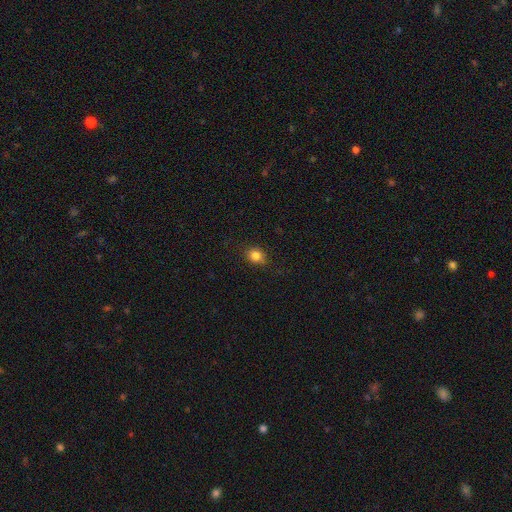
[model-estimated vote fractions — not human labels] Morphology: type=smooth (83%); roundness=round (70%); merging=none (84%).